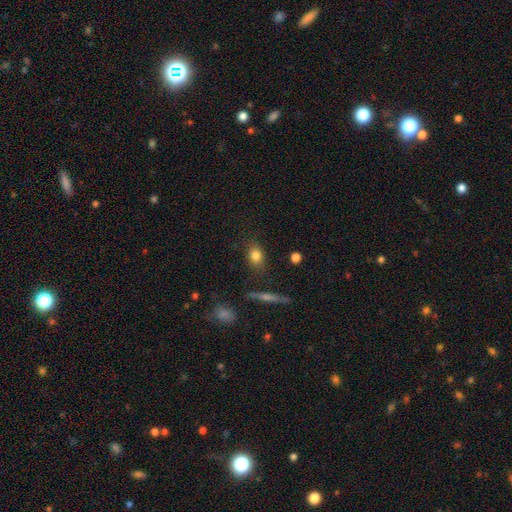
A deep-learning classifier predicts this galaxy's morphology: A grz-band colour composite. It shows a smooth galaxy with no disk features (81%) that is in between round and cigar-shaped (60%). Merging: none (80%).